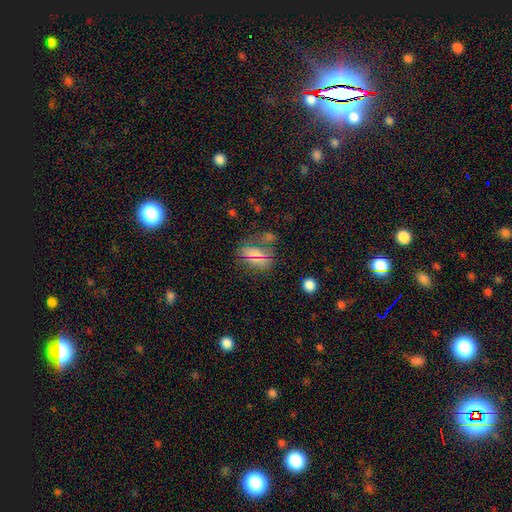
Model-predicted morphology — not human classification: Q: Smooth or featured?
A: smooth (57%); runner-up: star or artifact (30%)
Q: How rounded?
A: in between (56%); runner-up: round (37%)
Q: Merging?
A: none (73%); runner-up: minor disturbance (15%)